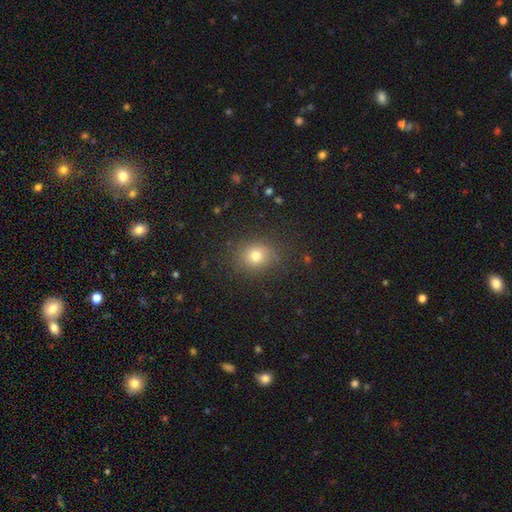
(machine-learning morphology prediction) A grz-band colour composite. It shows a smooth galaxy with no disk features (76%) that is round (67%). Merging: none (85%).